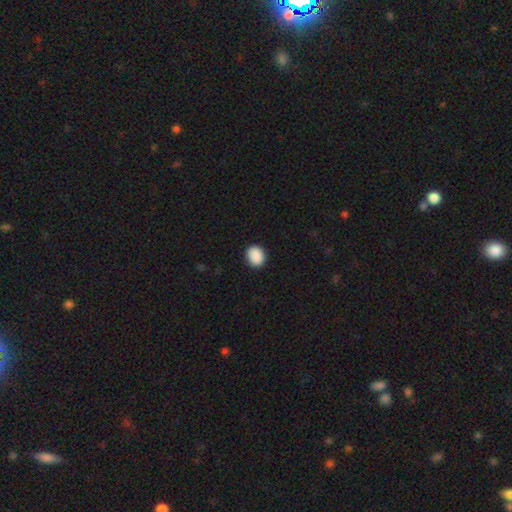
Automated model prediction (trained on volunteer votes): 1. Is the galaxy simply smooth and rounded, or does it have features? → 90% smooth, 7% star or artifact, 3% featured or disk.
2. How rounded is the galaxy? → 53% in between, 46% round, 1% cigar-shaped.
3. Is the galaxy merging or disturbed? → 89% none, 8% minor disturbance, 2% major disturbance, 1% merger.